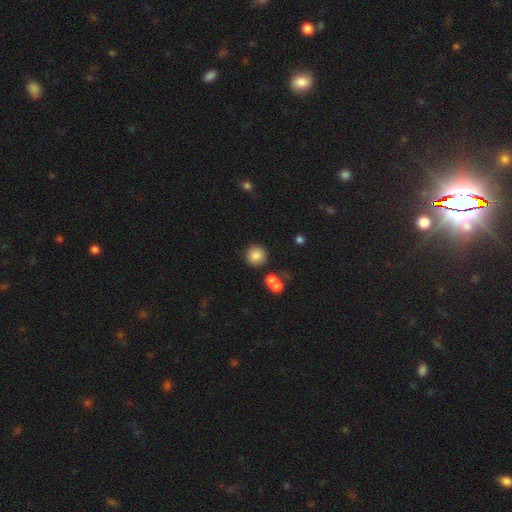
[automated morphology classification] smooth-or-featured: smooth: 84% | star or artifact: 10% | featured or disk: 6%
  how-rounded: round: 92% | in between: 7% | cigar-shaped: 1%
  merging: none: 81% | minor disturbance: 8% | merger: 7% | major disturbance: 3%